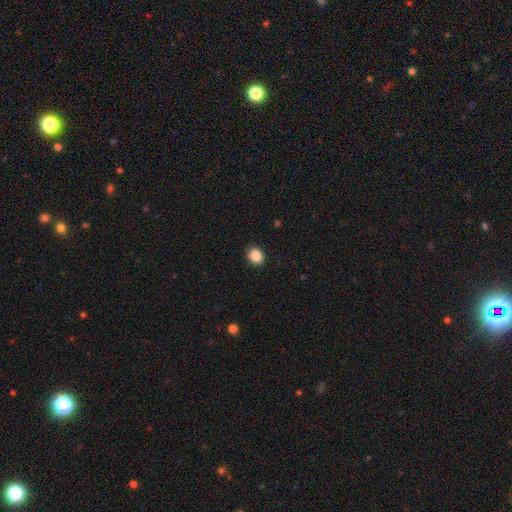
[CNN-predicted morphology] A smooth galaxy with no disk features (88%) that is round (55%).

Vote fractions:
- Smooth or featured? smooth: 88% / star or artifact: 9% / featured or disk: 3%
- How rounded? round: 55% / in between: 44% / cigar-shaped: 1%
- Merging? none: 89% / minor disturbance: 8% / major disturbance: 2% / merger: 1%